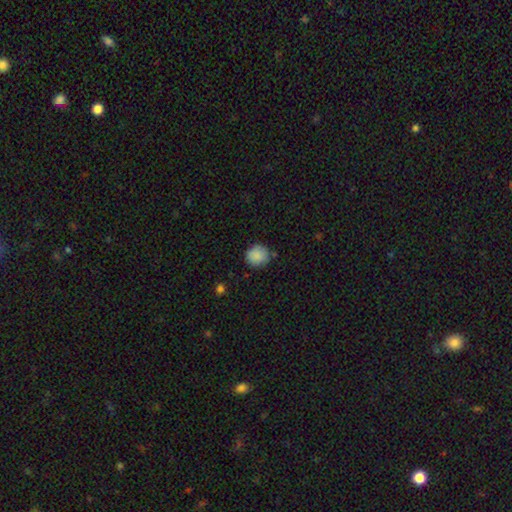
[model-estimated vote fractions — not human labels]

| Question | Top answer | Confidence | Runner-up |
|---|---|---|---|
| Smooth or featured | smooth | 88% | star or artifact (8%) |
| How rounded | round | 89% | in between (10%) |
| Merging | none | 82% | minor disturbance (12%) |